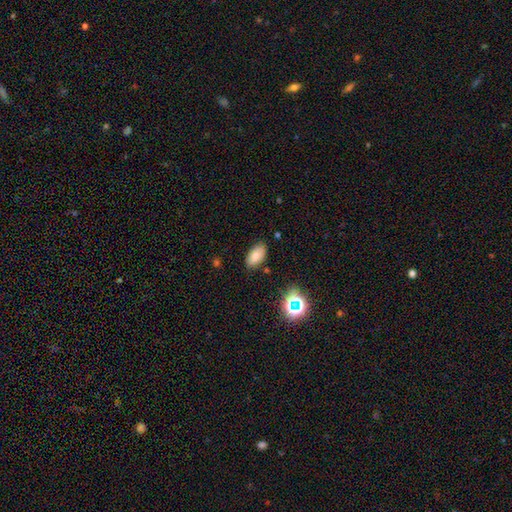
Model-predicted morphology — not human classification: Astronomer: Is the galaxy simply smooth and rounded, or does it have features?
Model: smooth — 76%.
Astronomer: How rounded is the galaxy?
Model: in between — 93%.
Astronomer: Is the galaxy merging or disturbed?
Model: none — 83%.